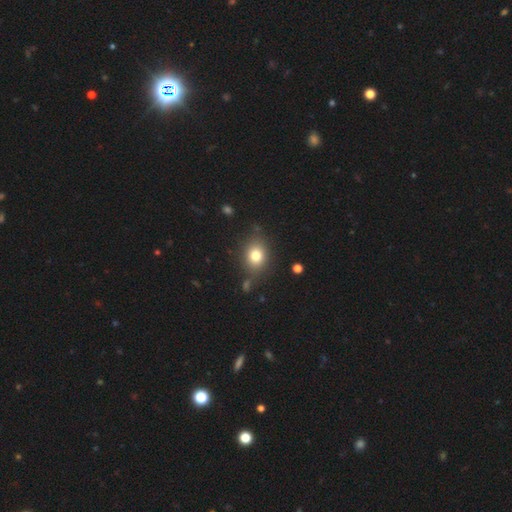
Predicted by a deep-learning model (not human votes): Smooth or featured?
  - smooth: 79% *
  - star or artifact: 11%
  - featured or disk: 10%
How rounded?
  - round: 50% *
  - in between: 49%
  - cigar-shaped: 1%
Merging?
  - none: 79% *
  - minor disturbance: 13%
  - merger: 4%
  - major disturbance: 4%